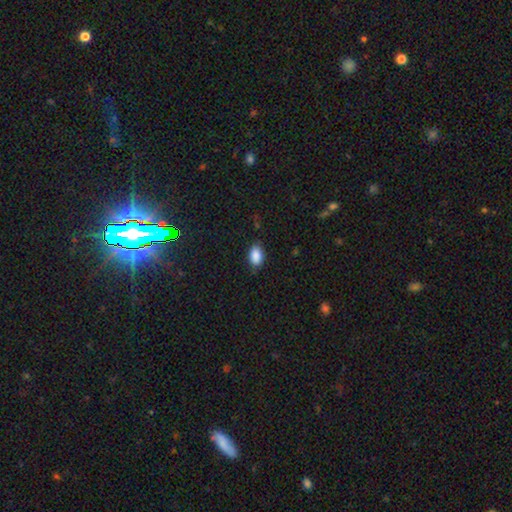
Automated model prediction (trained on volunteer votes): The model was most divided on "merging": none: 83%, minor disturbance: 13%, major disturbance: 3%, merger: 1%. More confident: how rounded — in between (91%); smooth or featured — smooth (88%).